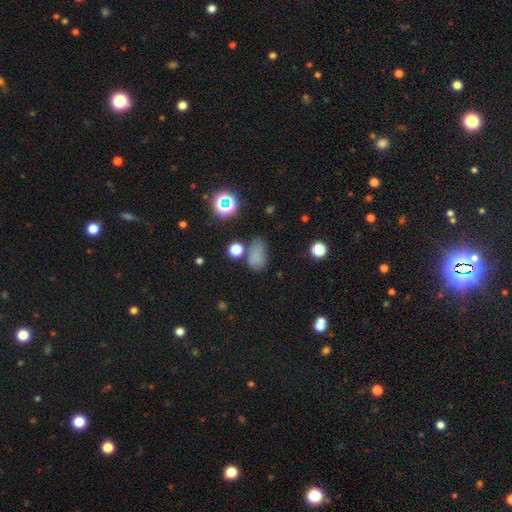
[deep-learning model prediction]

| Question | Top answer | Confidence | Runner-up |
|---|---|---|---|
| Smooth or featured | smooth | 68% | star or artifact (22%) |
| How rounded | in between | 78% | round (19%) |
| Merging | none | 51% | minor disturbance (25%) |